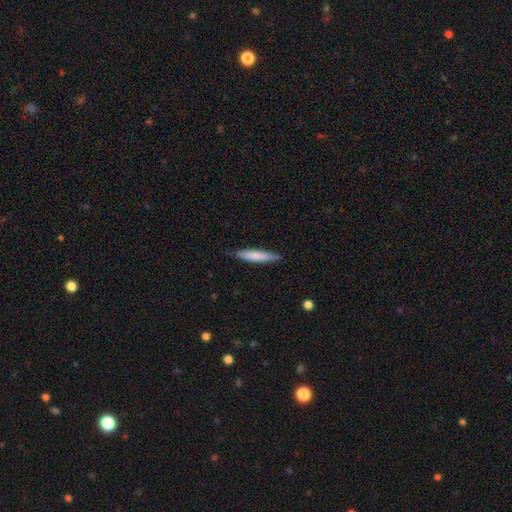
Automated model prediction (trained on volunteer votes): Morphology: type=smooth (73%); roundness=cigar-shaped (89%); merging=none (83%).